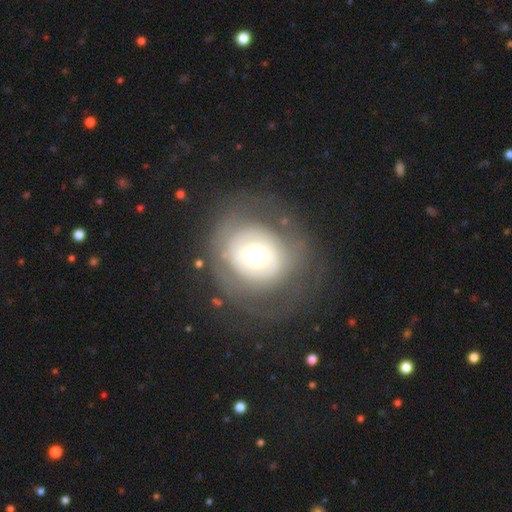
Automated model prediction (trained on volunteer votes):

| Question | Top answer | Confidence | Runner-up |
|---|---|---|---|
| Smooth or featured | smooth | 47% | featured or disk (41%) |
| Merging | none | 68% | major disturbance (17%) |